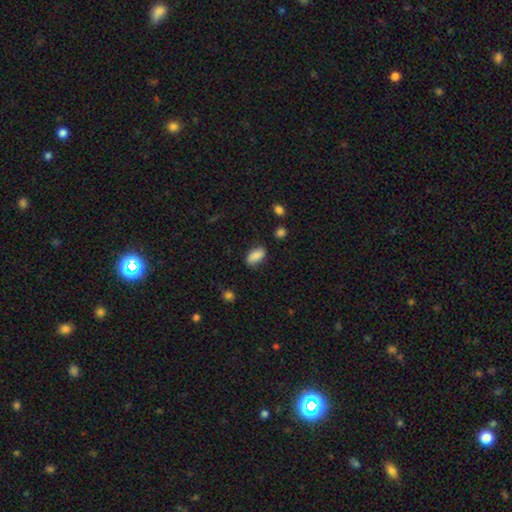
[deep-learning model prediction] Smooth or featured: smooth — 86% (star or artifact — 8%)
How rounded: in between — 92% (cigar-shaped — 4%)
Merging: none — 78% (minor disturbance — 16%)